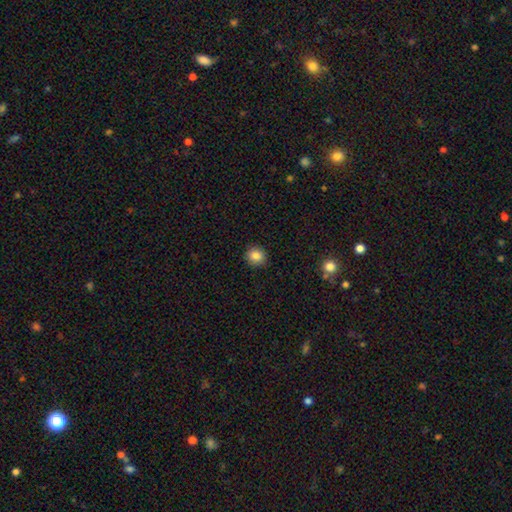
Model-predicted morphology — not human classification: This is clearly a smooth galaxy (85%). How rounded: clearly round (86%). Merging: clearly none (91%).